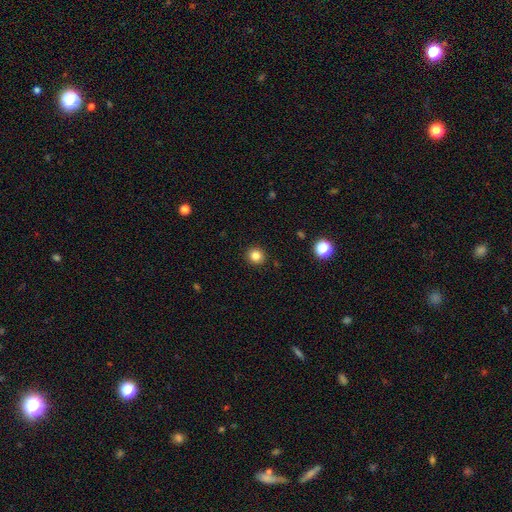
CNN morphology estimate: type=smooth (83%); roundness=round (91%); merging=none (92%).